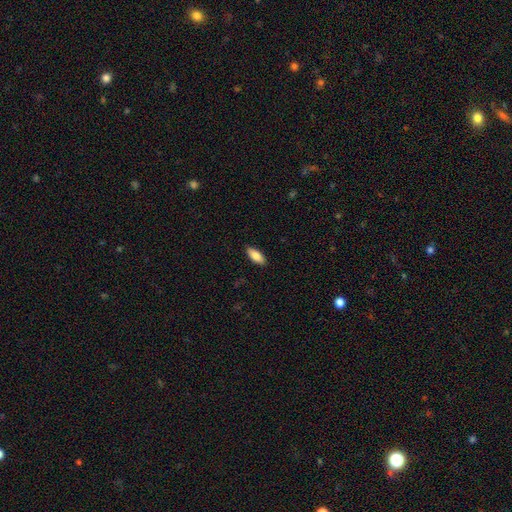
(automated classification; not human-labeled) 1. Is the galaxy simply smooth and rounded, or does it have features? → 83% smooth, 11% featured or disk, 6% star or artifact.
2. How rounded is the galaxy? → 84% in between, 14% cigar-shaped, 2% round.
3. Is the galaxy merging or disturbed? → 89% none, 9% minor disturbance, 2% major disturbance, 1% merger.